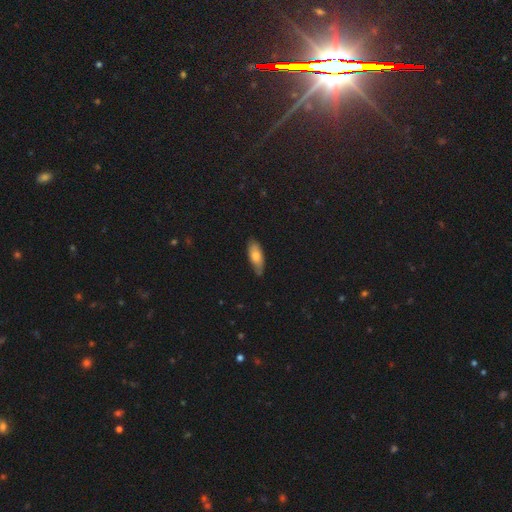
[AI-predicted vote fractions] smooth_or_featured: smooth (p=0.72) [alt: featured or disk p=0.22]
how_rounded: in between (p=0.76) [alt: cigar-shaped p=0.22]
merging: none (p=0.72) [alt: minor disturbance p=0.23]